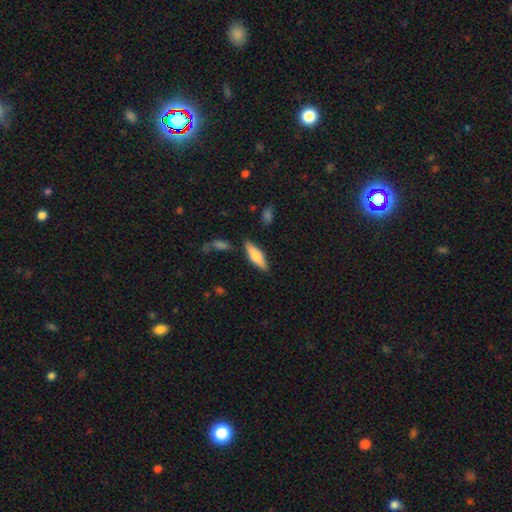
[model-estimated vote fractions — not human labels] Overall: smooth (60%; featured or disk 34%). How rounded: cigar-shaped (52%; in between 46%). Merging: none (83%).